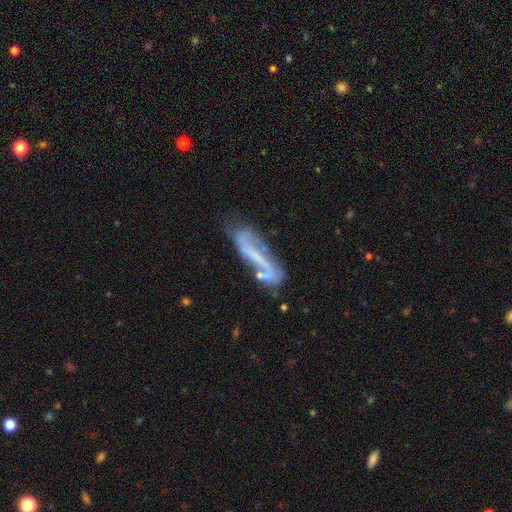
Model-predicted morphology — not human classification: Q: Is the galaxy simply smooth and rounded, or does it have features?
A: featured or disk — 69%.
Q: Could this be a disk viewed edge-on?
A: no — 77%.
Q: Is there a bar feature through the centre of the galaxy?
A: strong — 47%.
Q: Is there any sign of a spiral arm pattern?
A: yes — 76%.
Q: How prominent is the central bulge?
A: none — 49%.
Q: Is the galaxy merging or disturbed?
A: none — 54%.